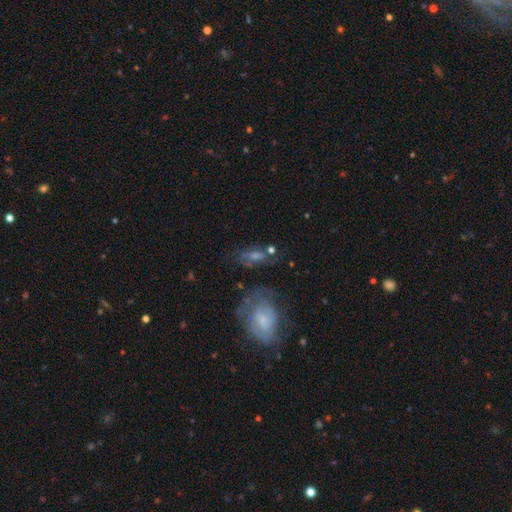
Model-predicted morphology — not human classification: Smooth or featured: featured or disk — 47% (smooth — 36%)
Merging: none — 55% (minor disturbance — 21%)